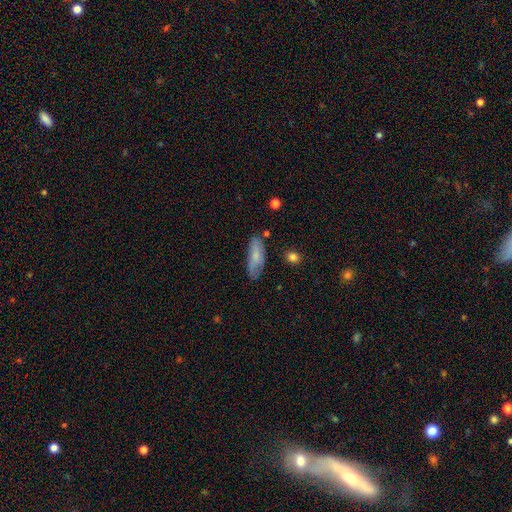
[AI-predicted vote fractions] Smooth or featured?
  - smooth: 72% *
  - featured or disk: 22%
  - star or artifact: 7%
How rounded?
  - in between: 68% *
  - cigar-shaped: 30%
  - round: 2%
Merging?
  - none: 66% *
  - minor disturbance: 25%
  - major disturbance: 6%
  - merger: 3%